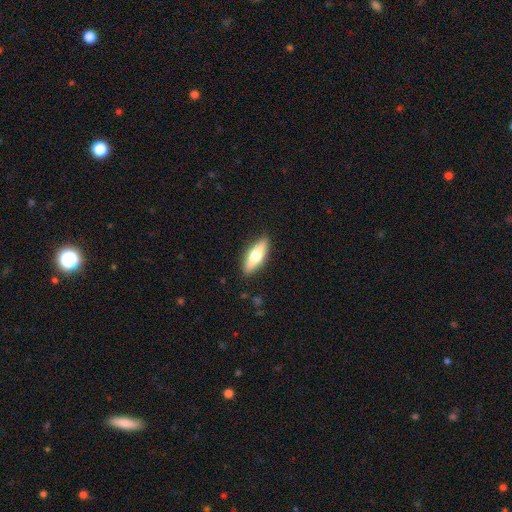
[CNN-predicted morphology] Smooth or featured: smooth — 56% (featured or disk — 38%)
How rounded: in between — 49% (cigar-shaped — 48%)
Merging: none — 88% (minor disturbance — 9%)